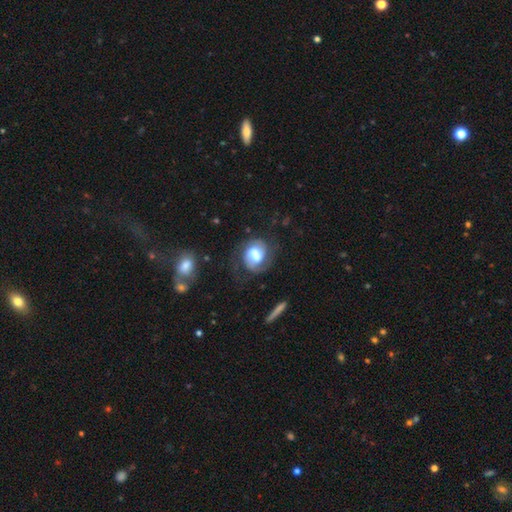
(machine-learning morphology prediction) Overall: featured or disk (63%; smooth 29%). Edge-on disk: no (97%). Bar: weak (43%; no 38%). Spiral arms: yes (88%). Spiral arm count: 2 (78%). Spiral winding: medium (44%; tight 36%). Bulge size: large (45%; moderate 39%). Merging: none (60%; minor disturbance 20%).